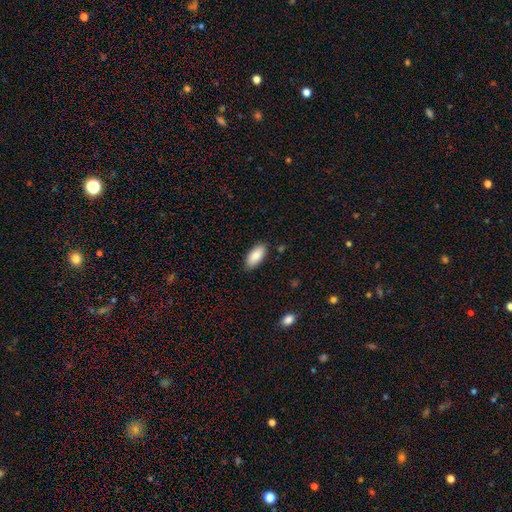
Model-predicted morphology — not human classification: Overall: smooth (87%). How rounded: in between (90%). Merging: none (86%).